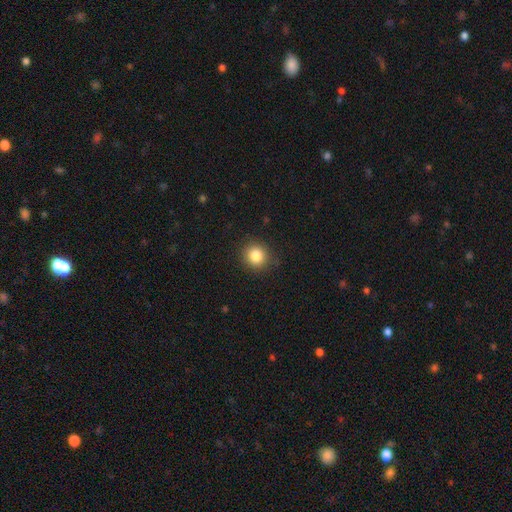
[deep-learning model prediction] Q: Smooth or featured?
A: smooth (83%); runner-up: star or artifact (11%)
Q: How rounded?
A: round (88%); runner-up: in between (11%)
Q: Merging?
A: none (89%); runner-up: minor disturbance (8%)